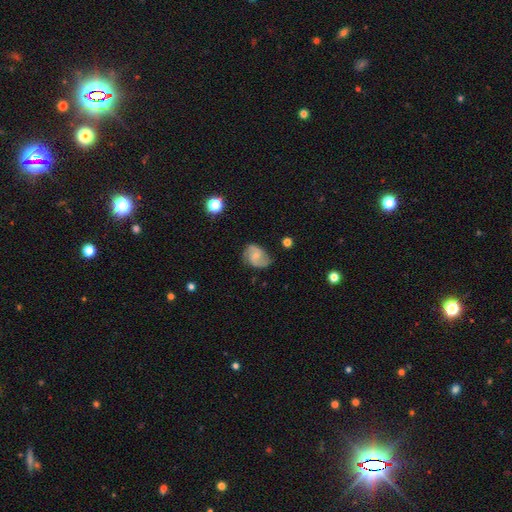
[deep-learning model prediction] Q: Smooth or featured?
A: featured or disk (74%); runner-up: smooth (20%)
Q: Edge-on disk?
A: no (98%); runner-up: yes (2%)
Q: Bar?
A: weak (45%); tied with: no (45%)
Q: Spiral arms?
A: yes (94%); runner-up: no (6%)
Q: Spiral winding?
A: medium (49%); runner-up: loose (32%)
Q: Spiral arm count?
A: 2 (88%); runner-up: can't tell (6%)
Q: Bulge size?
A: small (60%); runner-up: moderate (27%)
Q: Merging?
A: none (72%); runner-up: minor disturbance (20%)